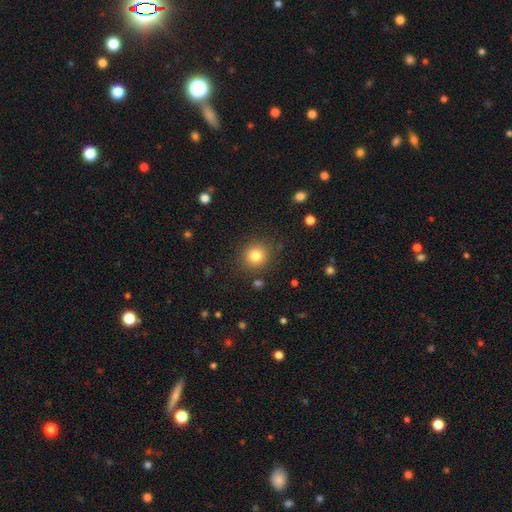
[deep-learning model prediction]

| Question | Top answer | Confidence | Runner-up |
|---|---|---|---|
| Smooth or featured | smooth | 81% | star or artifact (12%) |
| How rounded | round | 89% | in between (10%) |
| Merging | none | 86% | minor disturbance (9%) |